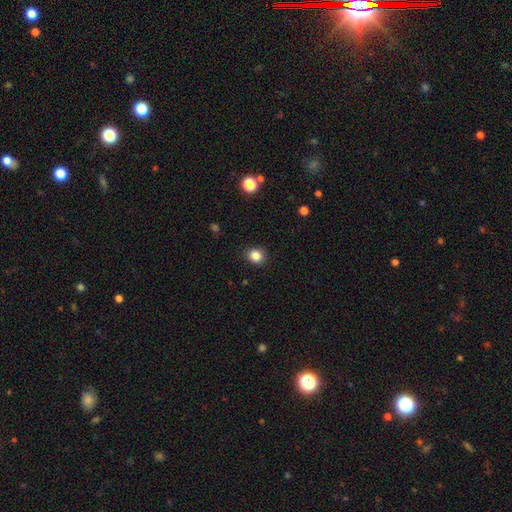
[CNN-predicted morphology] Overall: smooth (84%). How rounded: round (76%). Merging: none (90%).